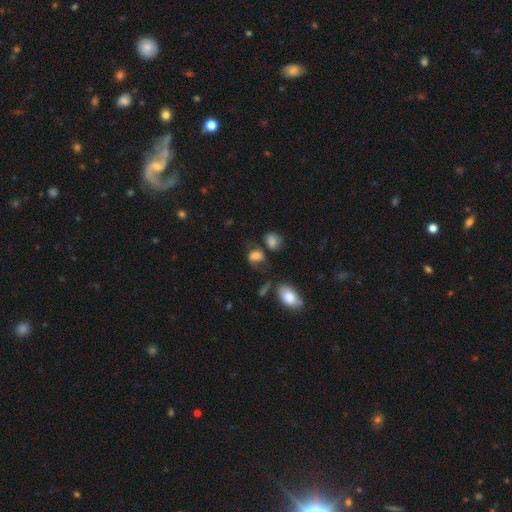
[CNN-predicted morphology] A smooth galaxy with no disk features (65%) that is in between round and cigar-shaped (66%). Merging: none (52%).